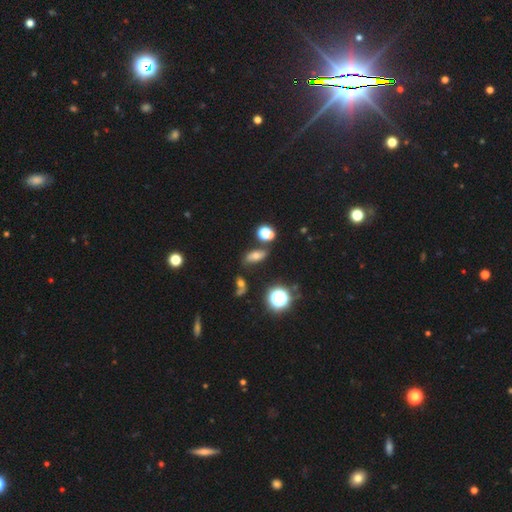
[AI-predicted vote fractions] smooth 61%, star or artifact 20%, featured or disk 19%. Down the decision tree: how rounded — in between (72%); merging — none (75%).